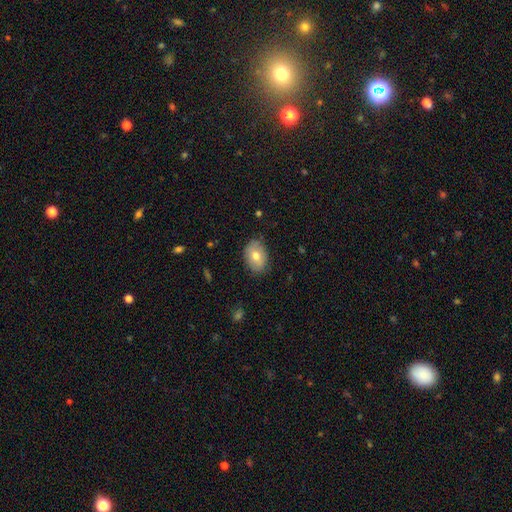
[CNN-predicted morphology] type=smooth (71%); roundness=in between (80%); merging=none (82%).